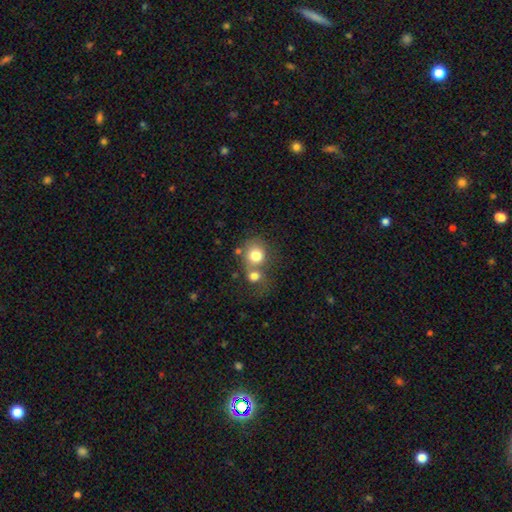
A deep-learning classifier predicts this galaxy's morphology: smooth-or-featured: smooth: 76% | featured or disk: 14% | star or artifact: 10%
  how-rounded: round: 78% | in between: 21% | cigar-shaped: 1%
  merging: merger: 56% | none: 31% | minor disturbance: 8% | major disturbance: 5%